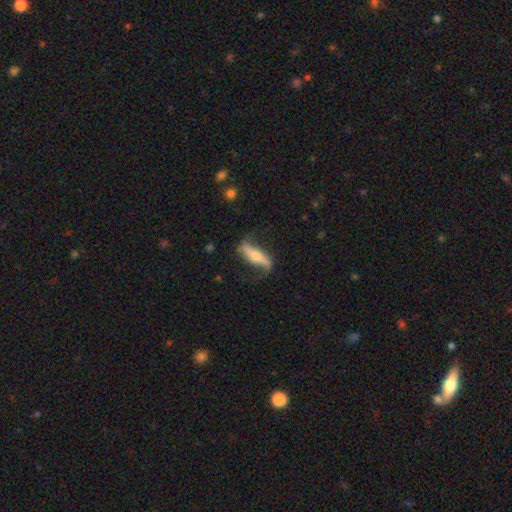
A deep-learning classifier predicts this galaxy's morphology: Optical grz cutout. It shows a featured or disk galaxy (67%). Merging: none (61%).